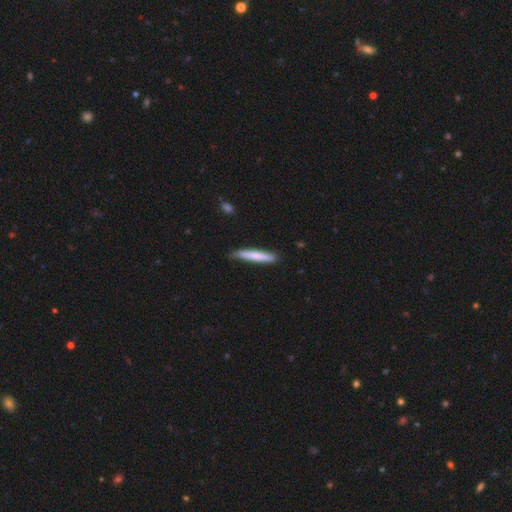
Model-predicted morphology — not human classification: Overall: smooth (74%). How rounded: cigar-shaped (93%). Merging: none (78%).